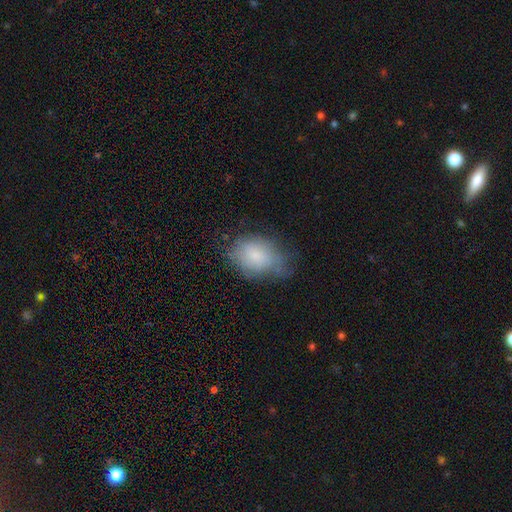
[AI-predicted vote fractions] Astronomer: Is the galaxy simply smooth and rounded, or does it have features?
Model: smooth — 71%.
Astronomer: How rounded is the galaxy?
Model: in between — 72%.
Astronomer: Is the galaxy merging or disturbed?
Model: none — 48% (runner-up: minor disturbance, 35%).